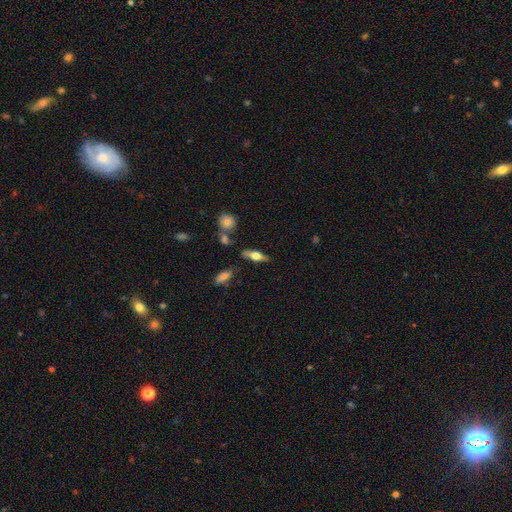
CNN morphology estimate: Smooth or featured? Predicted: featured or disk (p=0.49). Merging? Predicted: none (p=0.76).